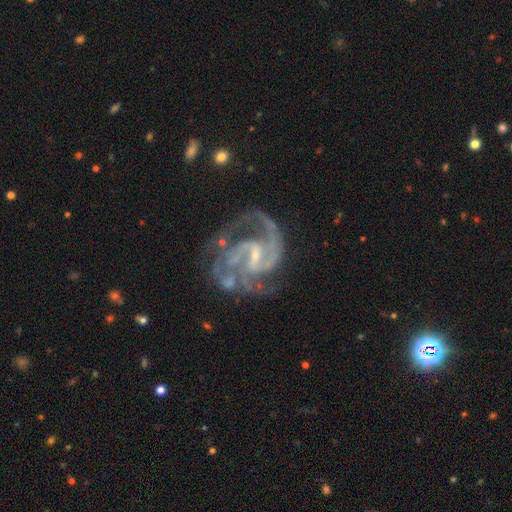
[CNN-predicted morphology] A featured or disk galaxy (93%) with a weak bar (55%), 2 (62%) medium (59%) spiral arms (98%) and a small central bulge (65%).

Vote fractions:
- Smooth or featured? featured or disk: 93% / star or artifact: 5% / smooth: 3%
- Edge-on disk? no: 98% / yes: 2%
- Bar? weak: 55% / strong: 30% / no: 16%
- Spiral arms? yes: 98% / no: 2%
- Spiral winding? medium: 59% / tight: 28% / loose: 12%
- Spiral arm count? 2: 62% / 3: 19% / can't tell: 7% / 1: 4% / 4: 4% / more than 4: 4%
- Bulge size? small: 65% / moderate: 18% / none: 15% / large: 1% / dominant: 1%
- Merging? none: 60% / minor disturbance: 19% / major disturbance: 17% / merger: 4%